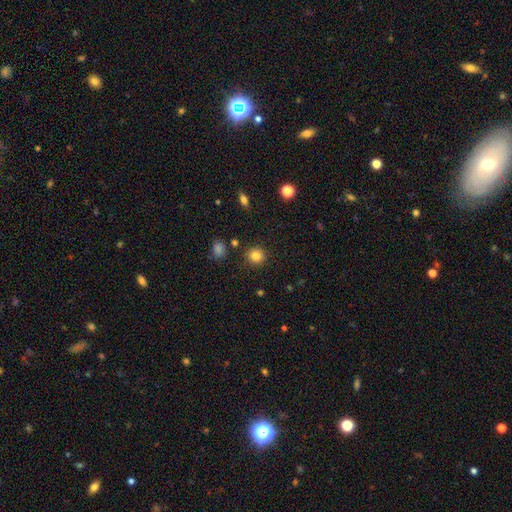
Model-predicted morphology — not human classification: A smooth galaxy with no disk features (83%) that is round (91%).

Vote fractions:
- Smooth or featured? smooth: 83% / star or artifact: 11% / featured or disk: 5%
- How rounded? round: 91% / in between: 8% / cigar-shaped: 1%
- Merging? none: 88% / minor disturbance: 7% / major disturbance: 2% / merger: 2%